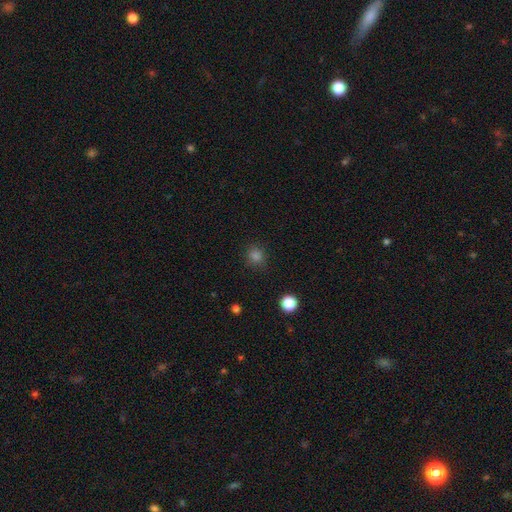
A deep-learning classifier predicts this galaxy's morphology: Q: Smooth or featured?
A: smooth (79%); runner-up: star or artifact (17%)
Q: How rounded?
A: round (85%); runner-up: in between (14%)
Q: Merging?
A: none (86%); runner-up: minor disturbance (10%)